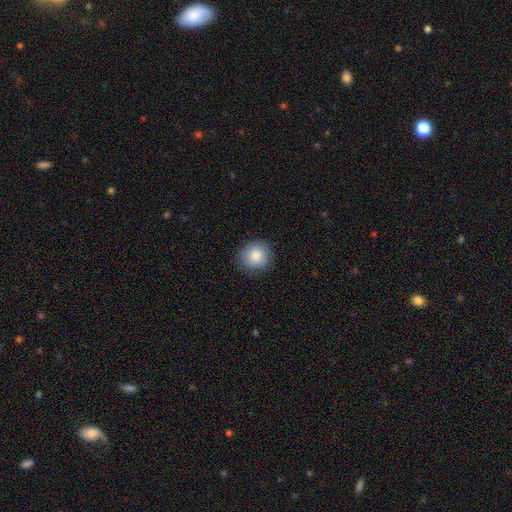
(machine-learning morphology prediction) Overall: smooth (85%). How rounded: round (88%). Merging: none (83%).